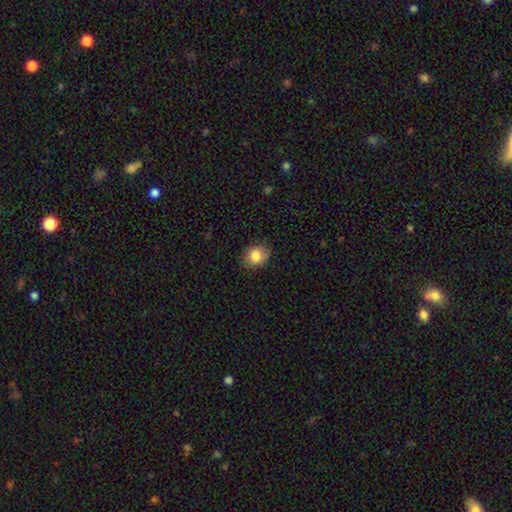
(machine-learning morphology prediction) Q: Smooth or featured?
A: smooth (82%); runner-up: star or artifact (9%)
Q: How rounded?
A: round (56%); runner-up: in between (43%)
Q: Merging?
A: none (79%); runner-up: minor disturbance (16%)